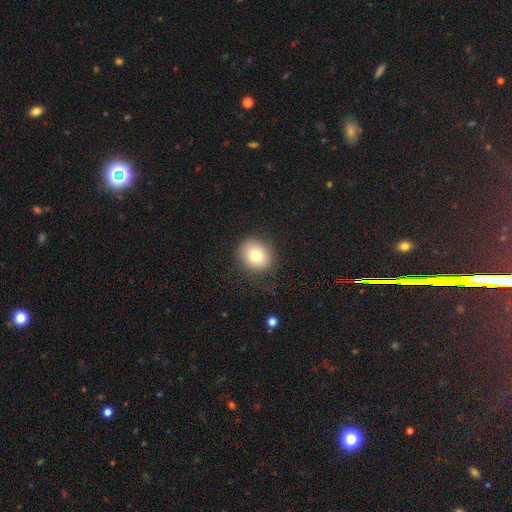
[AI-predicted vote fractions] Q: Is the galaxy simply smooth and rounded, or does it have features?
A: smooth — 78%.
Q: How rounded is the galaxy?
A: round — 73%.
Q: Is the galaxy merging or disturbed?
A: none — 84%.